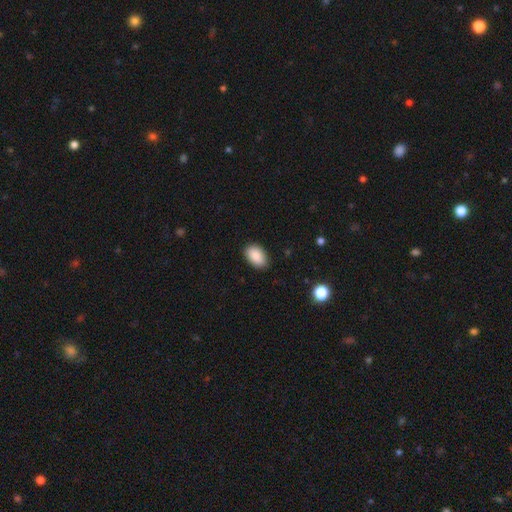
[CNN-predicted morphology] Q: Smooth or featured?
A: smooth (89%); runner-up: star or artifact (7%)
Q: How rounded?
A: in between (91%); runner-up: round (8%)
Q: Merging?
A: none (85%); runner-up: minor disturbance (12%)